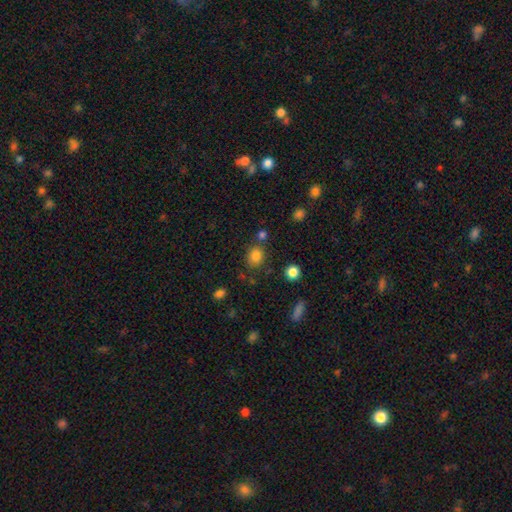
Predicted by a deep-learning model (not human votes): smooth_or_featured: smooth (p=0.82) [alt: star or artifact p=0.12]
how_rounded: round (p=0.68) [alt: in between p=0.31]
merging: none (p=0.74) [alt: minor disturbance p=0.12]